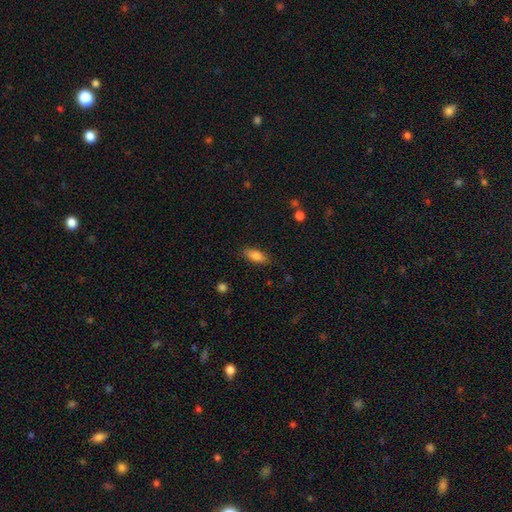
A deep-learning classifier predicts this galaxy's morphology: A smooth galaxy with no disk features (84%) that is in between round and cigar-shaped (77%). Merging: none (85%).